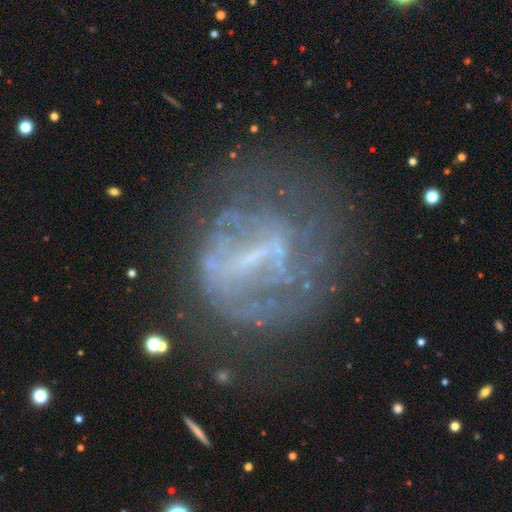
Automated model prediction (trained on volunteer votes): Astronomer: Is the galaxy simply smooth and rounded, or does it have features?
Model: featured or disk — 71%.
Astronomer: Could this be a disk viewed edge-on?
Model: no — 96%.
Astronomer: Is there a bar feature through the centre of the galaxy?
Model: strong — 41% (runner-up: weak, 35%).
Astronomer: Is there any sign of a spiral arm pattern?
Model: no — 54% (runner-up: yes, 46%).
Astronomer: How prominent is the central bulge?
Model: none — 46% (runner-up: small, 36%).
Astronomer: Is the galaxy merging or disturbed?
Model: none — 51% (runner-up: major disturbance, 27%).